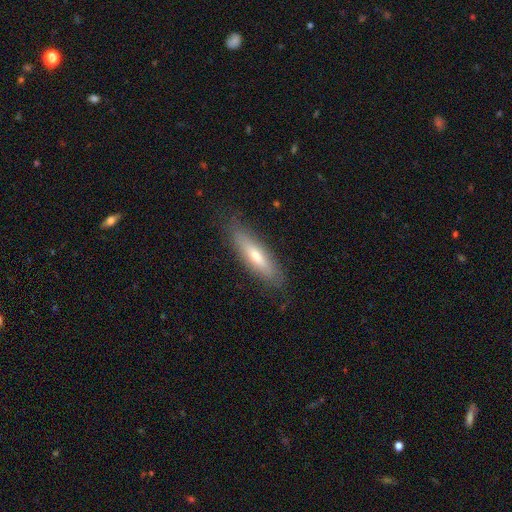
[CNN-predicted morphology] Smooth or featured: smooth — 59% (featured or disk — 35%)
How rounded: cigar-shaped — 72% (in between — 26%)
Merging: none — 83% (minor disturbance — 13%)